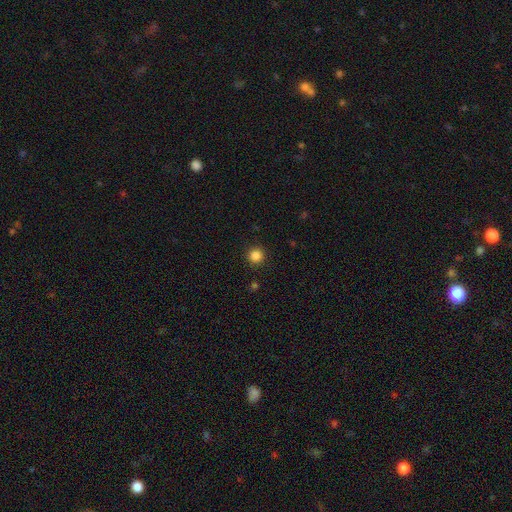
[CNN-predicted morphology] This appears to be a smooth galaxy with no disk features (84%) that is round (95%). Merging: none (92%).